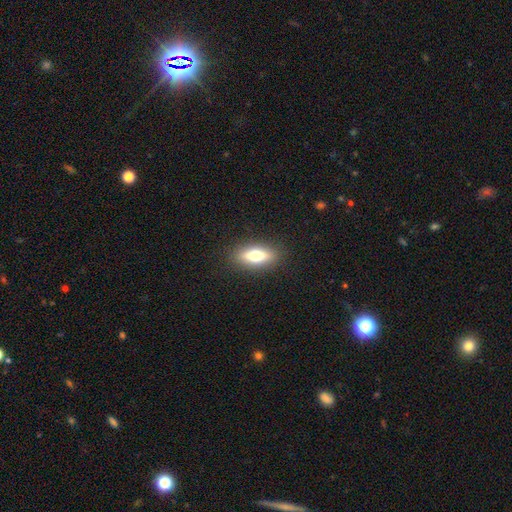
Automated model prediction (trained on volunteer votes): Q: Smooth or featured?
A: smooth (69%); runner-up: featured or disk (23%)
Q: How rounded?
A: in between (70%); runner-up: cigar-shaped (26%)
Q: Merging?
A: none (88%); runner-up: minor disturbance (9%)